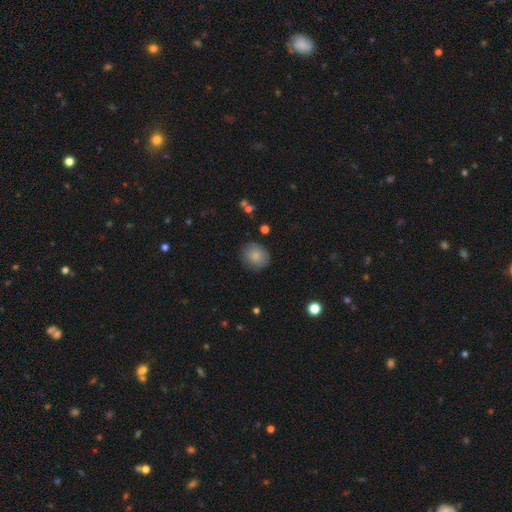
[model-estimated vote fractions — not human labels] Smooth or featured? smooth (83%)
How rounded? round (78%)
Merging? none (84%)